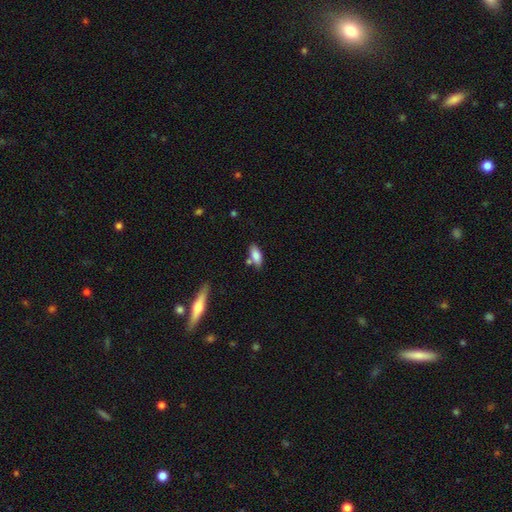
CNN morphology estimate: This appears to be a smooth galaxy with no disk features (81%) that is in between round and cigar-shaped (77%). Merging: none (65%).